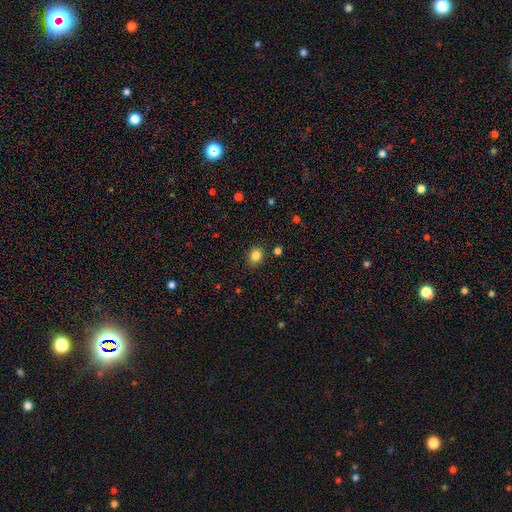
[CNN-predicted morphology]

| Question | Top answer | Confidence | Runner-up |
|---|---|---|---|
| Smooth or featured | smooth | 84% | star or artifact (11%) |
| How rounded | round | 62% | in between (37%) |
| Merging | none | 88% | minor disturbance (8%) |